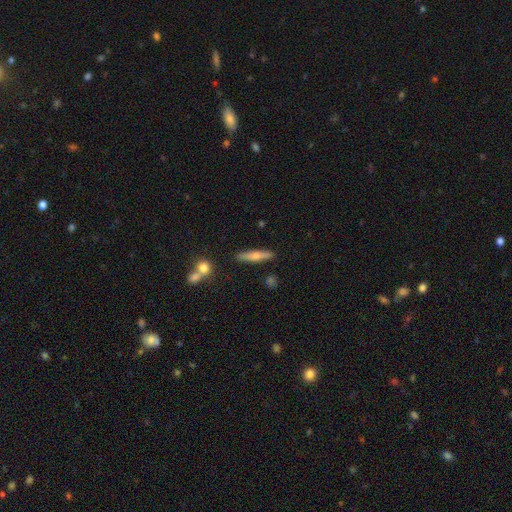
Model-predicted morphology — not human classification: Overall: smooth (56%; featured or disk 37%). How rounded: cigar-shaped (85%). Merging: none (87%).